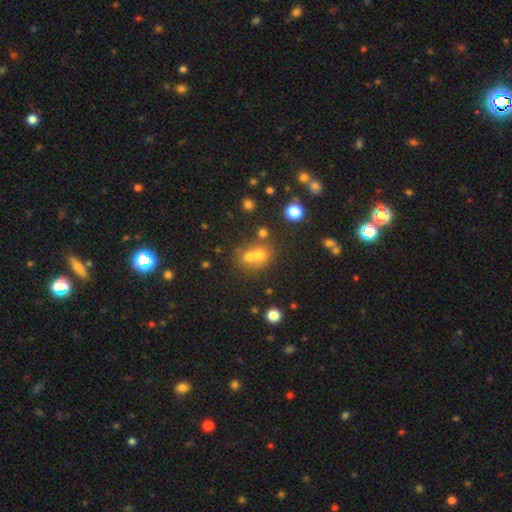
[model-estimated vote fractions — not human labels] Smooth or featured: smooth — 62% (featured or disk — 20%)
How rounded: round — 67% (in between — 32%)
Merging: merger — 59% (none — 30%)